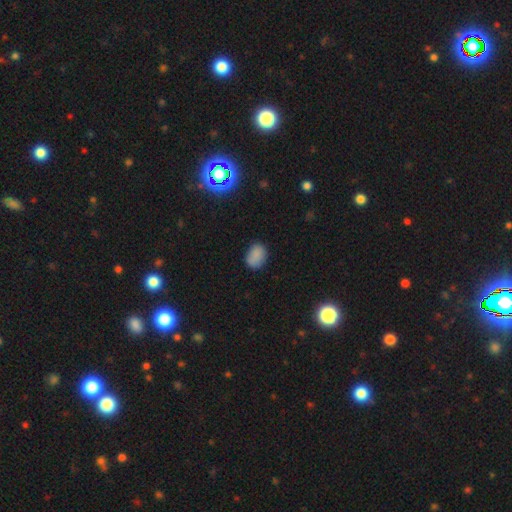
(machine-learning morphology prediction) Smooth or featured?
  - smooth: 84% *
  - star or artifact: 11%
  - featured or disk: 5%
How rounded?
  - in between: 73% *
  - round: 26%
  - cigar-shaped: 1%
Merging?
  - none: 79% *
  - minor disturbance: 16%
  - major disturbance: 3%
  - merger: 1%